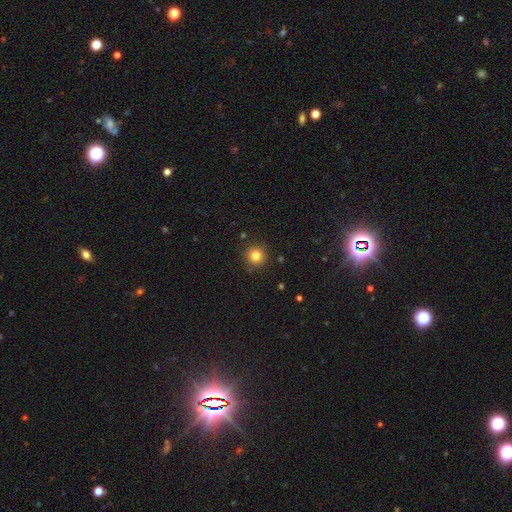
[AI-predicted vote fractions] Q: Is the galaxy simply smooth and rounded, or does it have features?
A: smooth — 81%.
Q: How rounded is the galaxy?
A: round — 95%.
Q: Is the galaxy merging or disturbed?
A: none — 90%.